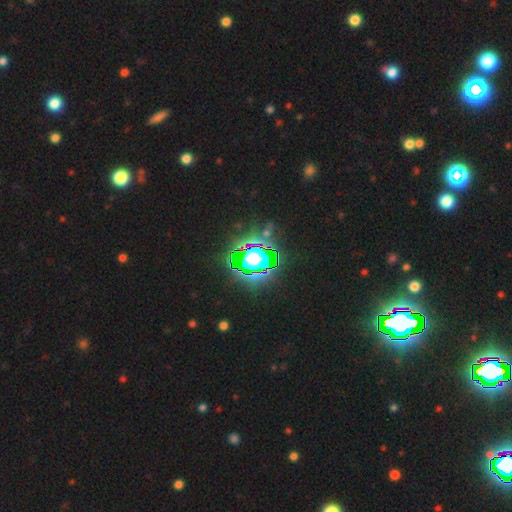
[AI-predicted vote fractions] Overall: star or artifact (83%).